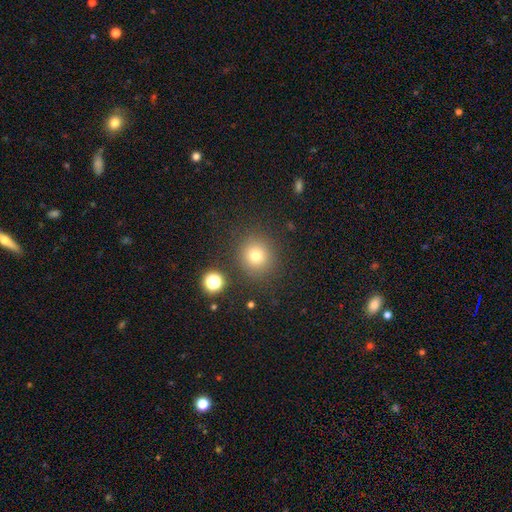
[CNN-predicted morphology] The model was most divided on "smooth or featured": smooth: 76%, star or artifact: 16%, featured or disk: 8%. More confident: how rounded — round (90%); merging — none (85%).